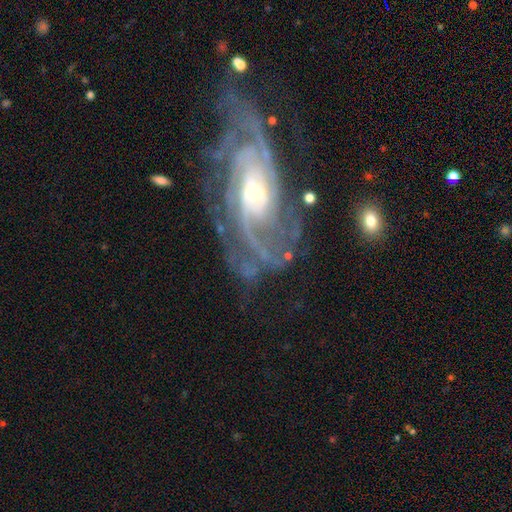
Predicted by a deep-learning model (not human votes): Smooth or featured? featured or disk (91%)
Edge-on disk? no (95%)
Bar? no (55%)
Spiral arms? yes (98%)
Spiral winding? tight (56%)
Spiral arm count? 2 (27%)
Bulge size? moderate (47%)
Merging? none (67%)